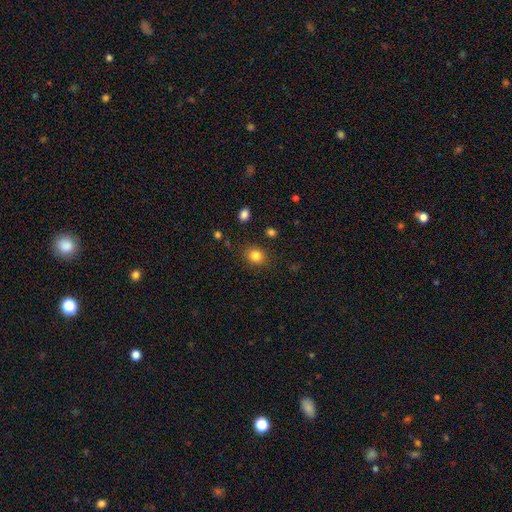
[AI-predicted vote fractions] Morphology: type=smooth (83%); roundness=round (70%); merging=none (85%).